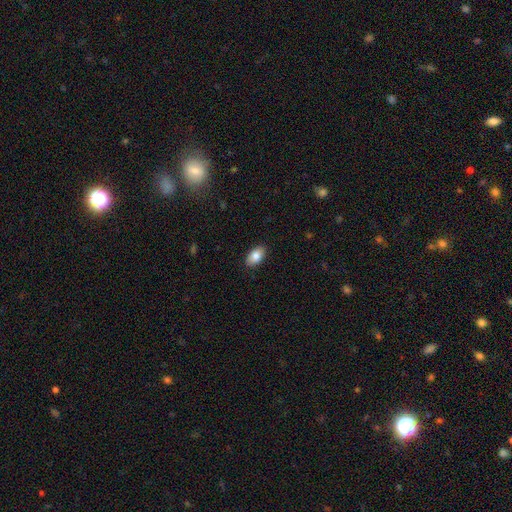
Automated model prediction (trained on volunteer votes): This is clearly a smooth galaxy (84%). How rounded: clearly in between (93%). Merging: clearly none (88%).